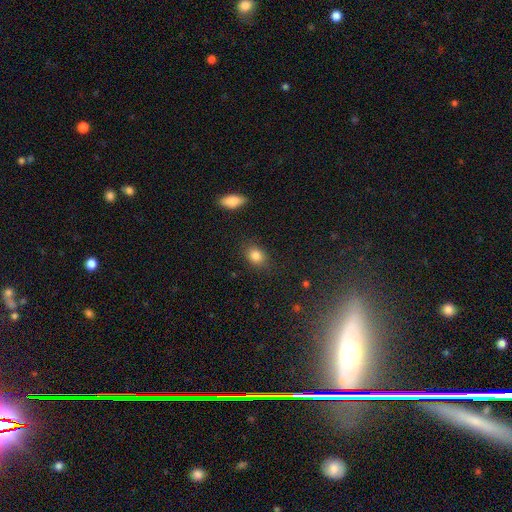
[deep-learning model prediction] smooth-or-featured: smooth: 85% | star or artifact: 9% | featured or disk: 6%
  how-rounded: in between: 57% | round: 41% | cigar-shaped: 2%
  merging: none: 83% | minor disturbance: 12% | major disturbance: 3% | merger: 2%